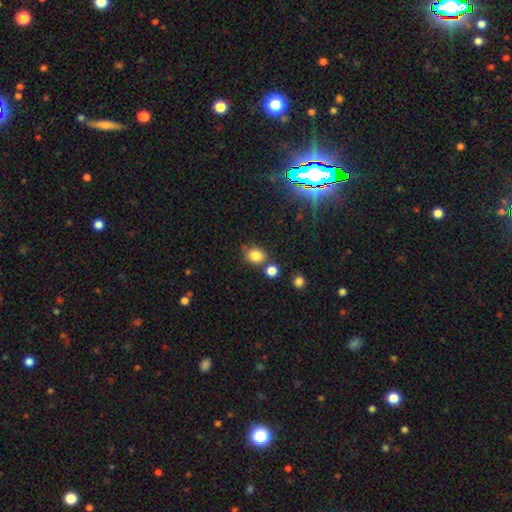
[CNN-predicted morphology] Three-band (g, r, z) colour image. It shows a smooth galaxy with no disk features (82%) that is round (61%). Merging: none (71%).